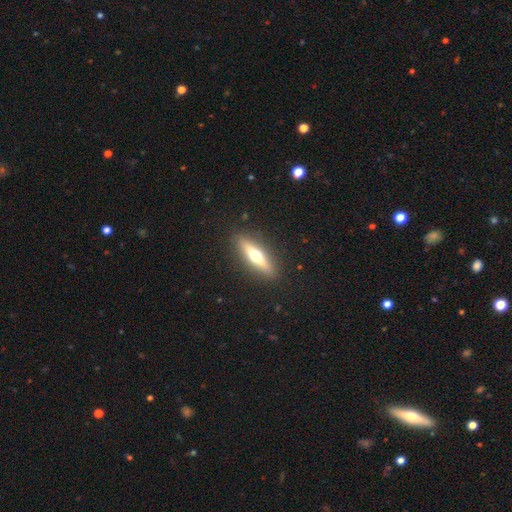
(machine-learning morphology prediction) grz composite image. It shows a featured or disk galaxy (53%) viewed edge-on (90%). Merging: none (89%).